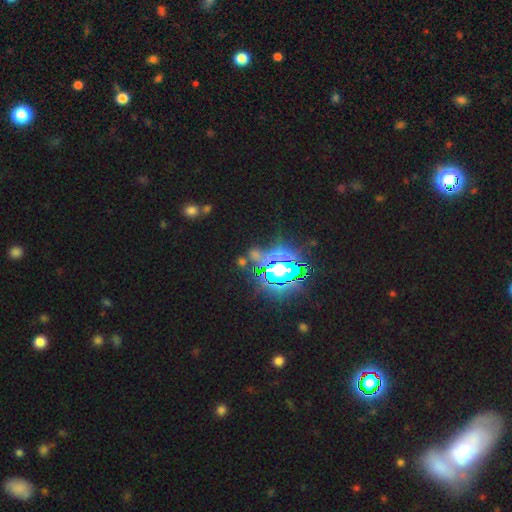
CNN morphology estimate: Overall: star or artifact (72%).